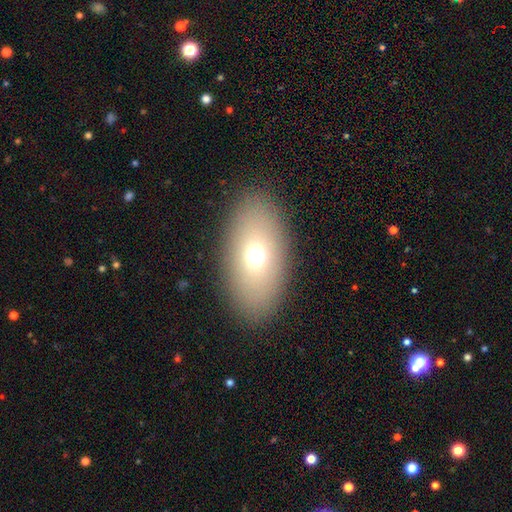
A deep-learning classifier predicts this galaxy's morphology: A smooth galaxy with no disk features (67%) that is in between round and cigar-shaped (88%). Merging: none (87%).